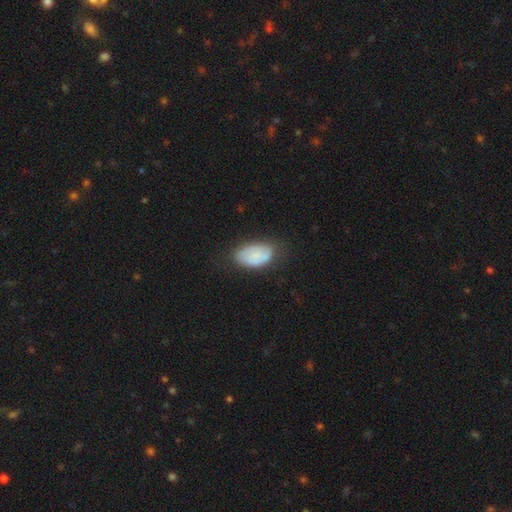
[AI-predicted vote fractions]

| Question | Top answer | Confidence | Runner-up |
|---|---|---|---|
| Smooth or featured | smooth | 66% | featured or disk (26%) |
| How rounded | in between | 93% | round (5%) |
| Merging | none | 62% | minor disturbance (28%) |